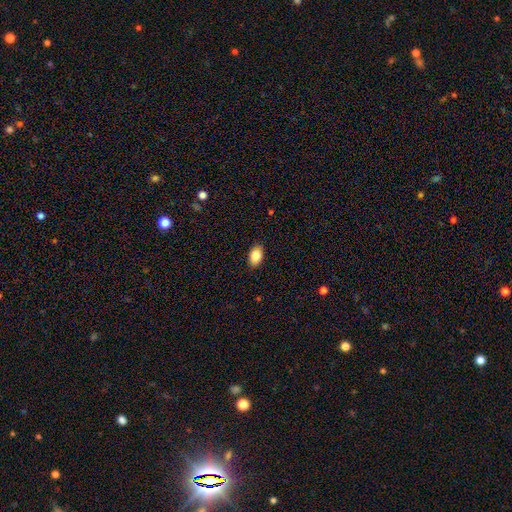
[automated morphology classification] Smooth or featured? smooth (87%)
How rounded? in between (88%)
Merging? none (87%)